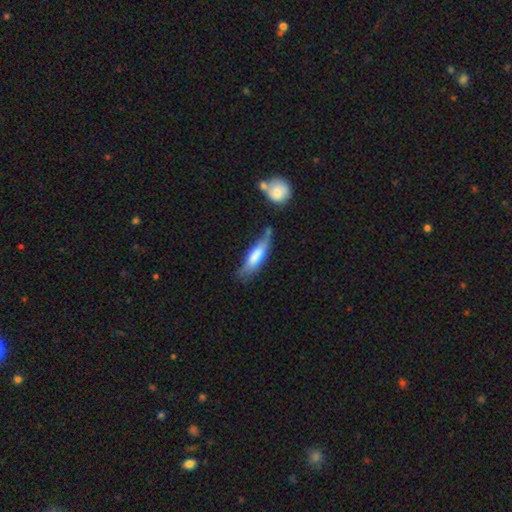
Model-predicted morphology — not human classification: Overall: smooth (67%; featured or disk 28%). How rounded: cigar-shaped (64%; in between 35%). Merging: none (44%; minor disturbance 32%).